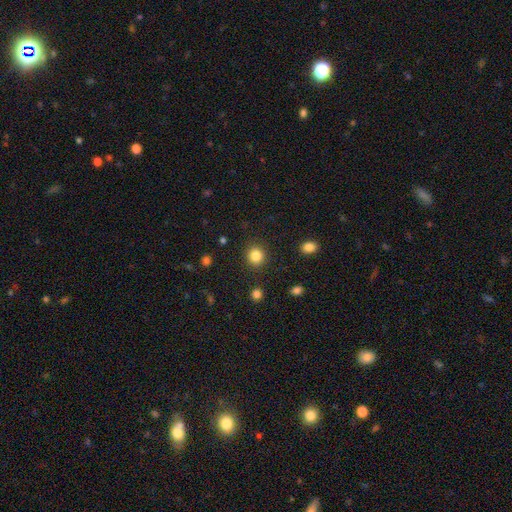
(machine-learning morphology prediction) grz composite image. It shows a smooth galaxy with no disk features (85%) that is round (87%). Merging: none (90%).